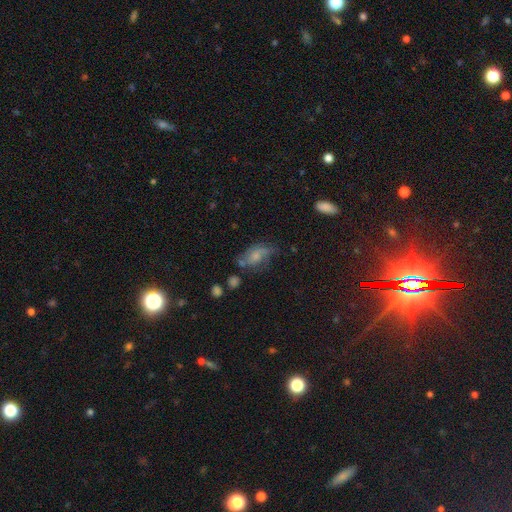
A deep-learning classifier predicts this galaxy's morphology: A smooth galaxy with no disk features (46%). Merging: none (42%).